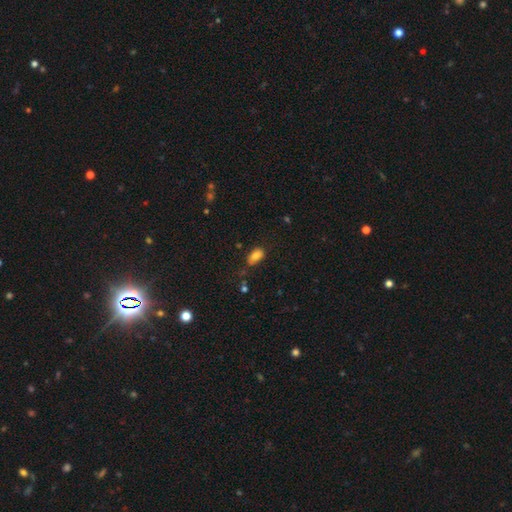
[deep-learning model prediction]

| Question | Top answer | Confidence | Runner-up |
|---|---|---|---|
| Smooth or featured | smooth | 82% | star or artifact (9%) |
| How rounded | in between | 91% | round (5%) |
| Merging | none | 68% | minor disturbance (24%) |